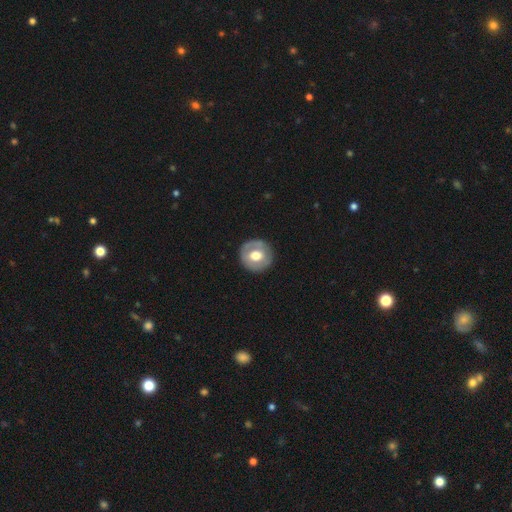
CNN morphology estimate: smooth_or_featured: smooth (p=0.52) [alt: featured or disk p=0.42]
how_rounded: round (p=0.92) [alt: in between p=0.07]
merging: none (p=0.86) [alt: minor disturbance p=0.10]